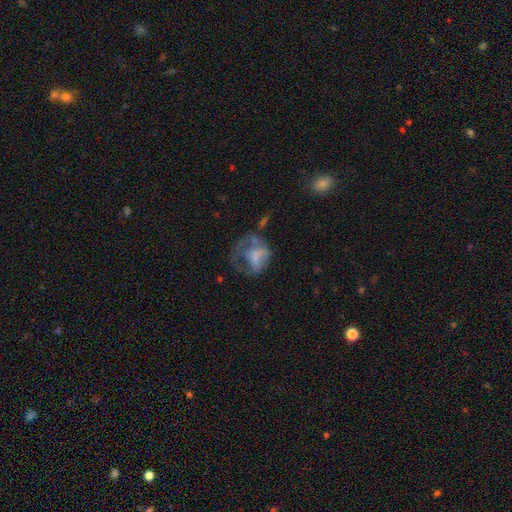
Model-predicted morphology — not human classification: Smooth or featured? Predicted: smooth (p=0.47). Merging? Predicted: major disturbance (p=0.52).